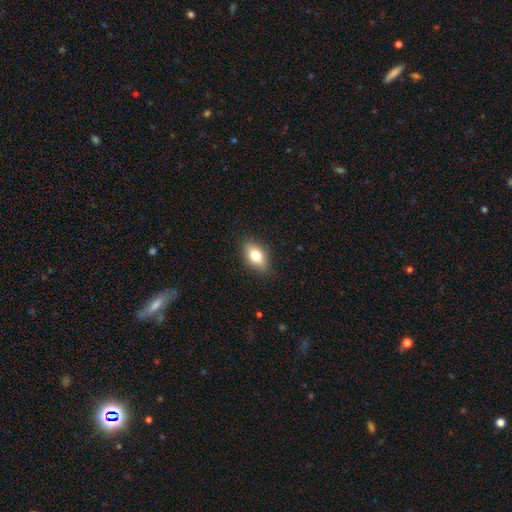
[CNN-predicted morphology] This is likely a smooth galaxy (75%). How rounded: clearly in between (87%). Merging: clearly none (85%).